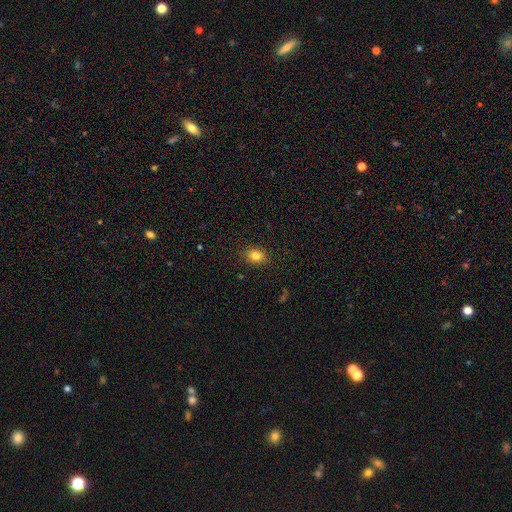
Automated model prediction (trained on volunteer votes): Overall: smooth (82%). How rounded: in between (62%; round 37%). Merging: none (87%).